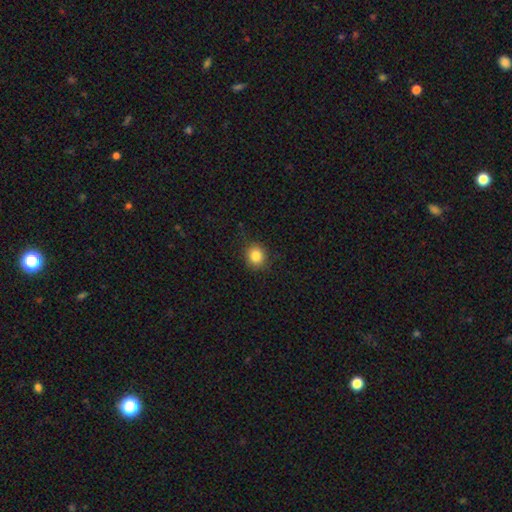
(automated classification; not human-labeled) Smooth or featured: smooth — 83% (star or artifact — 11%)
How rounded: round — 83% (in between — 16%)
Merging: none — 86% (minor disturbance — 10%)